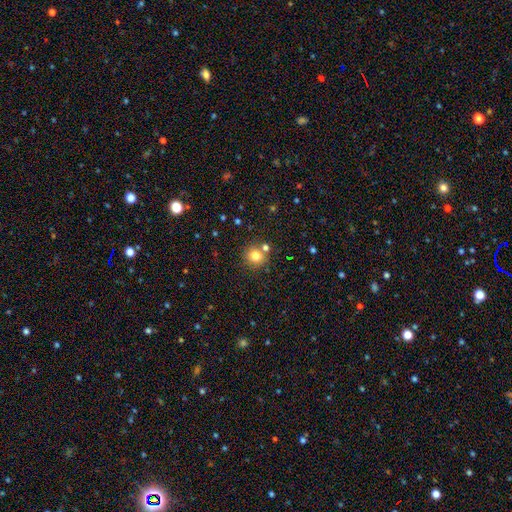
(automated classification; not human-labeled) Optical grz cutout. It shows a smooth galaxy with no disk features (78%) that is round (88%). Merging: none (73%).